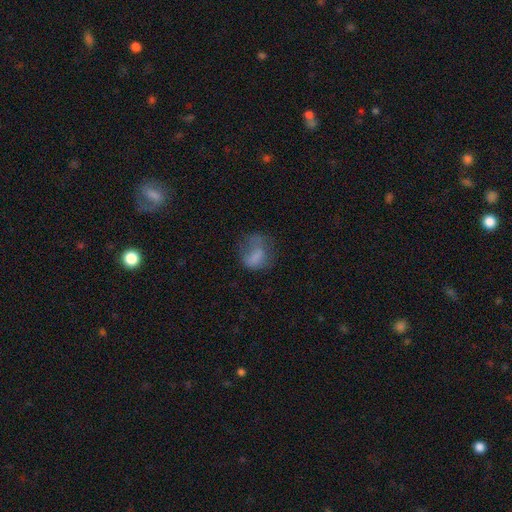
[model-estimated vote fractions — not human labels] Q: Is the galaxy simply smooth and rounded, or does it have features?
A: smooth — 64%.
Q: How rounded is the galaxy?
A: in between — 58%.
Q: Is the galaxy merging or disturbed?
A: major disturbance — 40%.